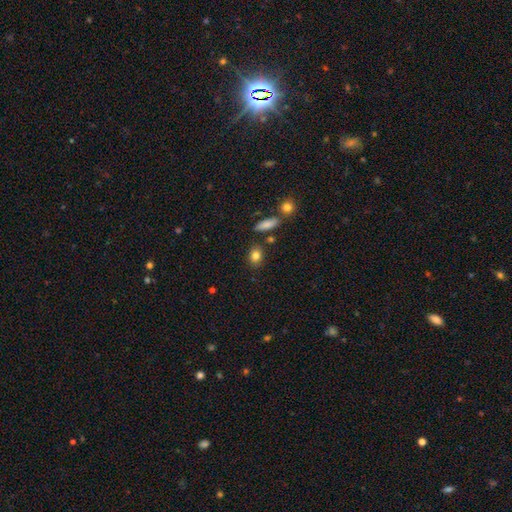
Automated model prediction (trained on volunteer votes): This is clearly a smooth galaxy (83%). How rounded: possibly in between (53%). Merging: clearly none (81%).